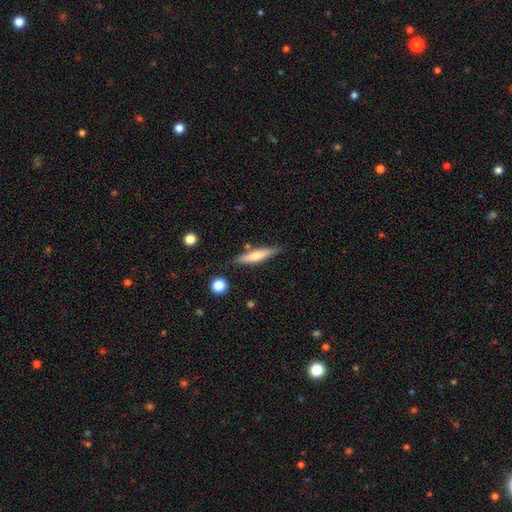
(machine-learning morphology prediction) smooth_or_featured: smooth (p=0.52) [alt: featured or disk p=0.42]
how_rounded: cigar-shaped (p=0.83) [alt: in between p=0.15]
merging: none (p=0.82) [alt: minor disturbance p=0.12]